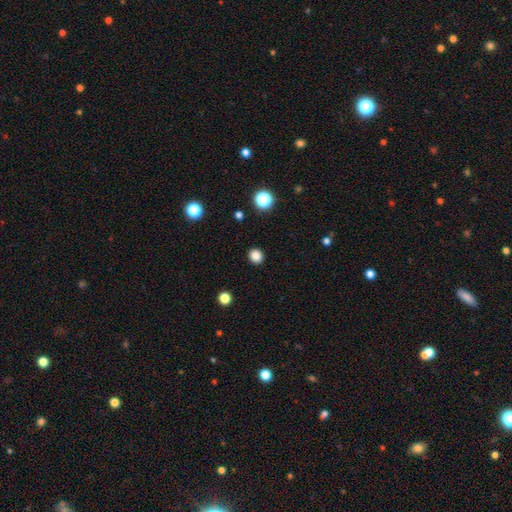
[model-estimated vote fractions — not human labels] Smooth or featured: smooth — 84% (star or artifact — 12%)
How rounded: round — 78% (in between — 21%)
Merging: none — 91% (minor disturbance — 6%)